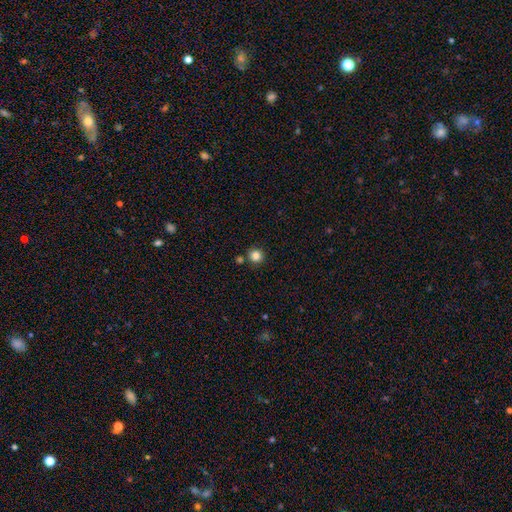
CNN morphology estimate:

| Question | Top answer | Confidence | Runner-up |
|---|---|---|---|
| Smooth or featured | smooth | 85% | star or artifact (11%) |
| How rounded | round | 94% | in between (5%) |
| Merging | none | 84% | merger (7%) |